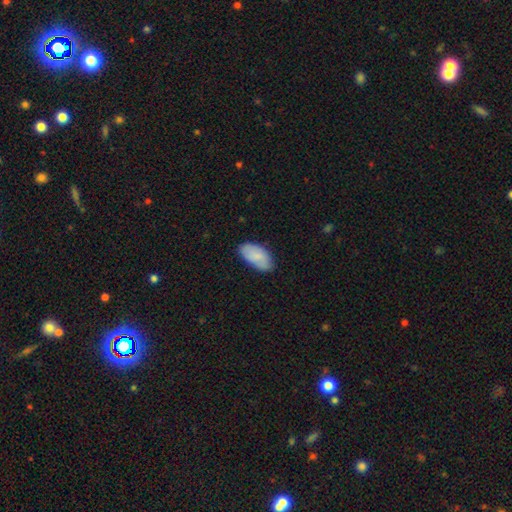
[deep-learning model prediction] The model was most divided on "merging": none: 76%, minor disturbance: 20%, major disturbance: 3%, merger: 1%. More confident: how rounded — in between (95%); smooth or featured — smooth (82%).